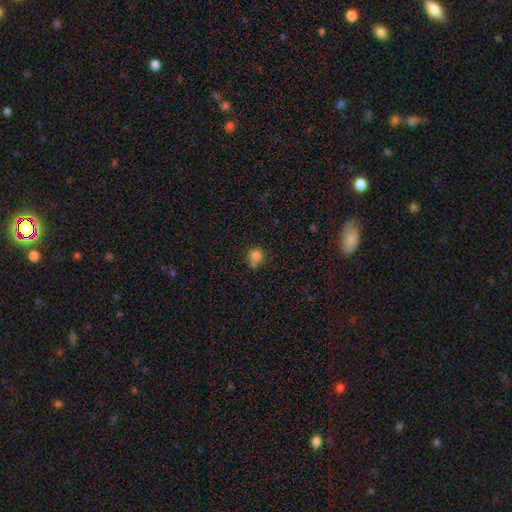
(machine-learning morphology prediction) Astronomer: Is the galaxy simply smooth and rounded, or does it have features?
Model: smooth — 82%.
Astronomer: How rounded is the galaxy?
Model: round — 84%.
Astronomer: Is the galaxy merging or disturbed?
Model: none — 55%.